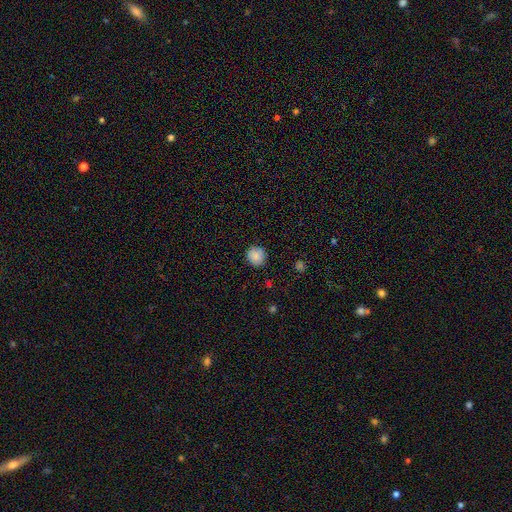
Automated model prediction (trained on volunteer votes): Smooth or featured?
  - smooth: 84% *
  - star or artifact: 9%
  - featured or disk: 8%
How rounded?
  - round: 93% *
  - in between: 6%
  - cigar-shaped: 1%
Merging?
  - none: 87% *
  - minor disturbance: 10%
  - major disturbance: 2%
  - merger: 1%